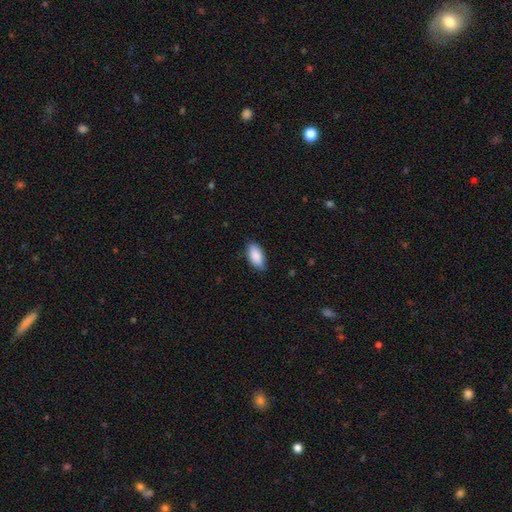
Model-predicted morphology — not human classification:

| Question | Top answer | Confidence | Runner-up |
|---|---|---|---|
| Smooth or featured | smooth | 89% | star or artifact (6%) |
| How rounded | in between | 92% | cigar-shaped (5%) |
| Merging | none | 77% | minor disturbance (19%) |